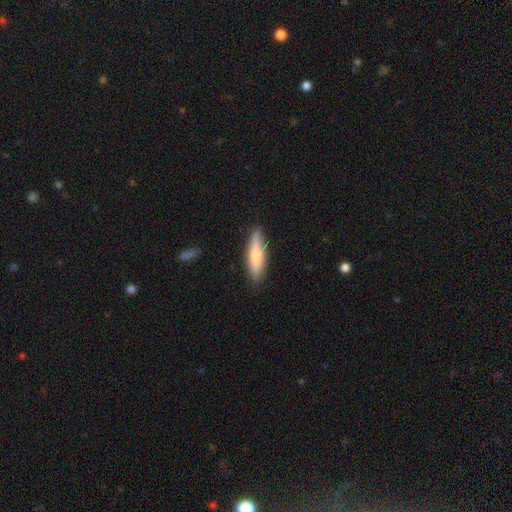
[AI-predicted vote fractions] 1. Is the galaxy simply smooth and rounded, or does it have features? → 64% smooth, 30% featured or disk, 6% star or artifact.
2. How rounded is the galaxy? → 72% cigar-shaped, 26% in between, 2% round.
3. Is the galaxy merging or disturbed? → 86% none, 11% minor disturbance, 2% major disturbance, 1% merger.